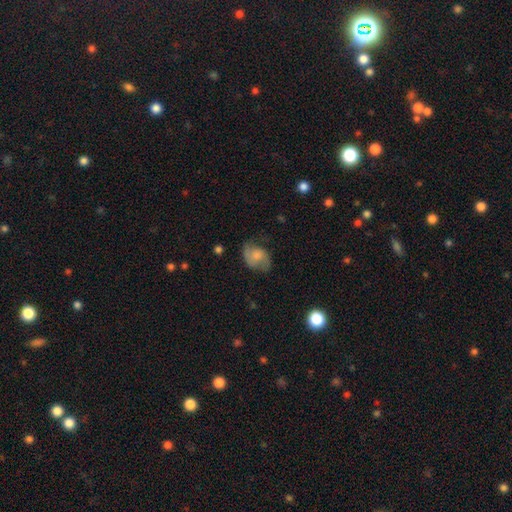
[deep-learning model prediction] Overall: smooth (49%; featured or disk 43%). Merging: none (59%; minor disturbance 27%).